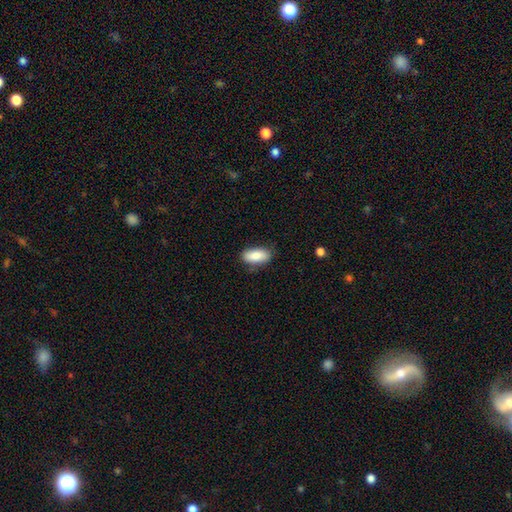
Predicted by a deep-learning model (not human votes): The model was most divided on "merging": none: 79%, minor disturbance: 16%, major disturbance: 3%, merger: 1%. More confident: how rounded — in between (90%); smooth or featured — smooth (84%).